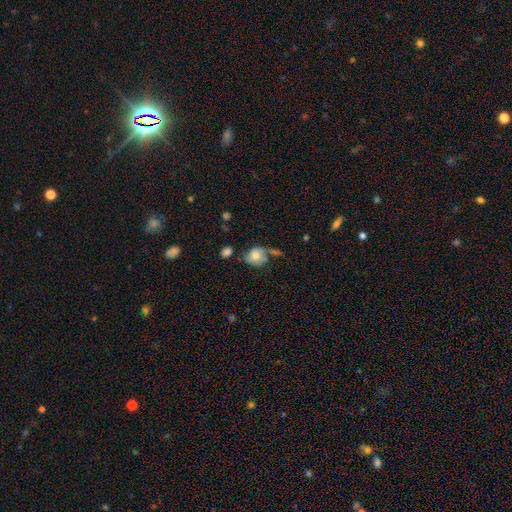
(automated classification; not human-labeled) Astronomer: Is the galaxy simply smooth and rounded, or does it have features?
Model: smooth — 67%.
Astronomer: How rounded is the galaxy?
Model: round — 59% (runner-up: in between, 39%).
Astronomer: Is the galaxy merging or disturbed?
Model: none — 41% (runner-up: minor disturbance, 25%).